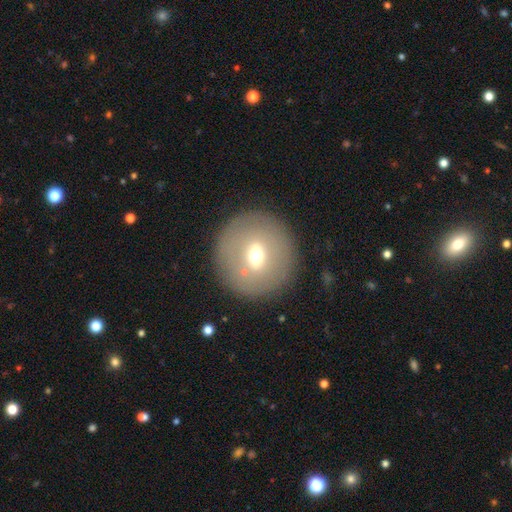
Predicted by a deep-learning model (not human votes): Morphology: type=smooth (53%); roundness=round (94%); merging=none (88%).